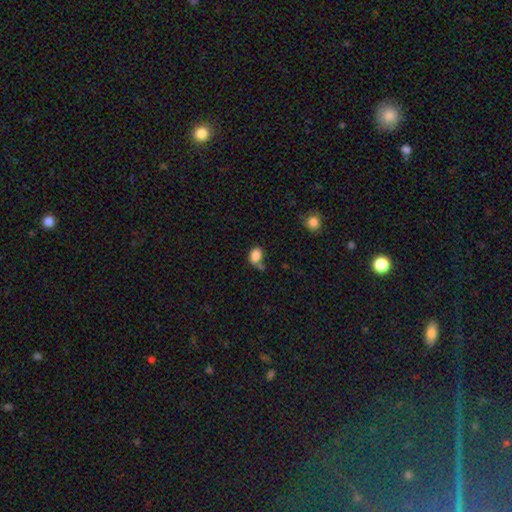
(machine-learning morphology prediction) Overall: smooth (85%). How rounded: in between (76%). Merging: none (49%; minor disturbance 24%).